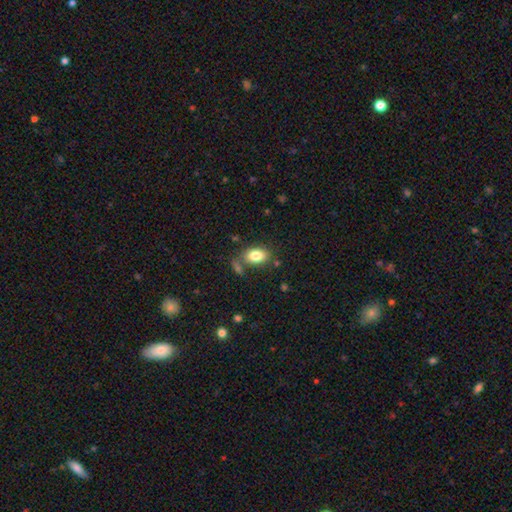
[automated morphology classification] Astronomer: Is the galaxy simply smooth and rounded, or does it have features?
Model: smooth — 83%.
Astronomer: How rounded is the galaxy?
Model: in between — 87%.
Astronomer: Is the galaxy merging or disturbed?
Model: none — 71%.